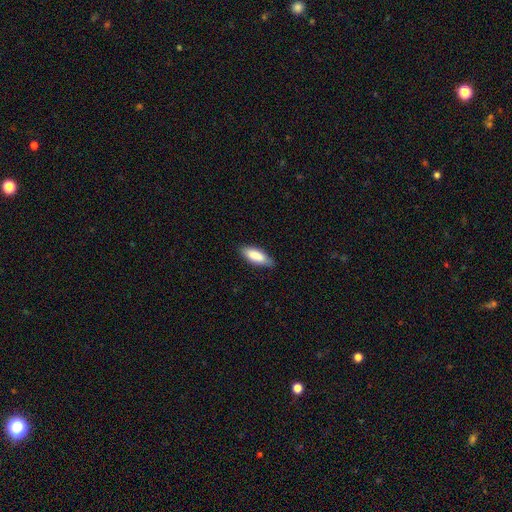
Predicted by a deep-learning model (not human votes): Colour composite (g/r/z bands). It shows a smooth galaxy with no disk features (87%) that is in between round and cigar-shaped (73%). Merging: none (83%).